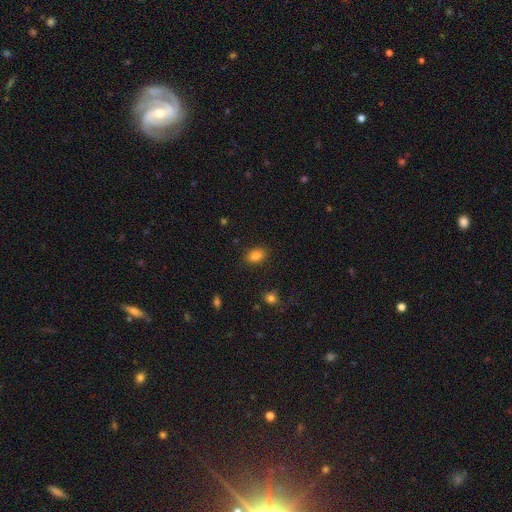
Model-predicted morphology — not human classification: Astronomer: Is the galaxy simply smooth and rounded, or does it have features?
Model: smooth — 85%.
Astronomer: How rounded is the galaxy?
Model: in between — 79%.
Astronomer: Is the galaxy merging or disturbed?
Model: none — 85%.